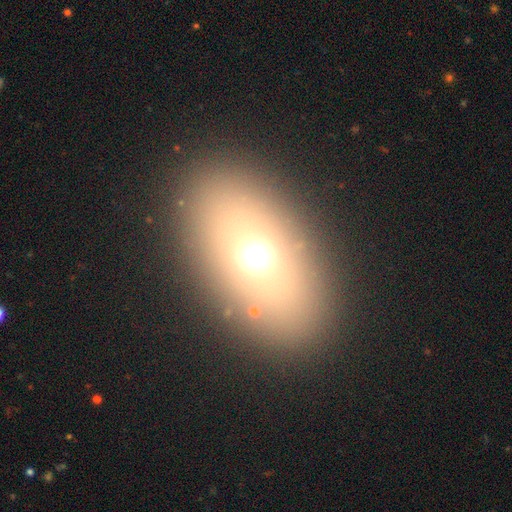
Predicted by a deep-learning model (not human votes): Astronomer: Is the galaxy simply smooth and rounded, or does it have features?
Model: smooth — 60%.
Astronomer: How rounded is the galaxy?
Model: in between — 78%.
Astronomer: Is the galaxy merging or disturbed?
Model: none — 86%.